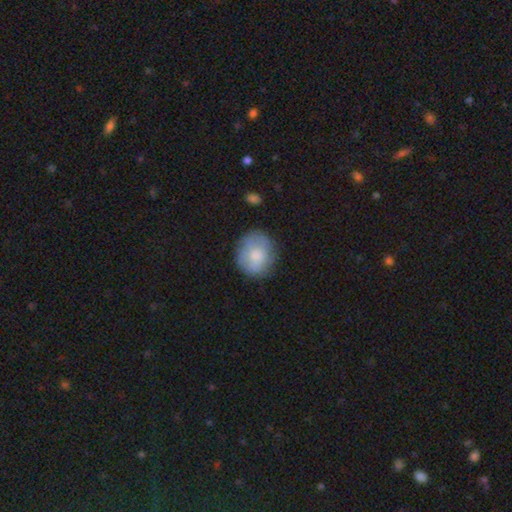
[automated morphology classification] A smooth galaxy with no disk features (70%) that is round (70%).

Vote fractions:
- Smooth or featured? smooth: 70% / featured or disk: 23% / star or artifact: 7%
- How rounded? round: 70% / in between: 29% / cigar-shaped: 1%
- Merging? none: 70% / minor disturbance: 21% / major disturbance: 7% / merger: 2%